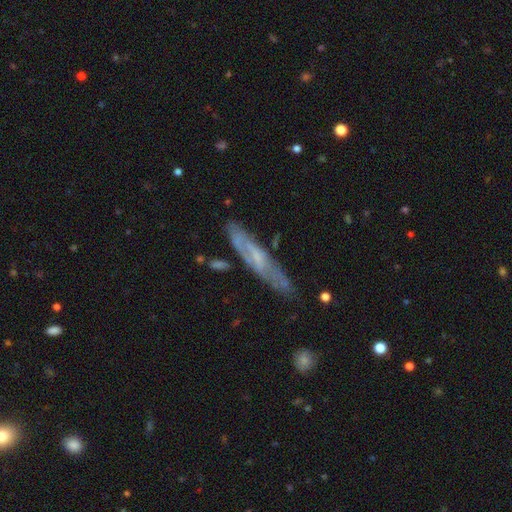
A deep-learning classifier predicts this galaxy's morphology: smooth-or-featured: featured or disk: 63% | smooth: 29% | star or artifact: 7%
  disk-edge-on: yes: 58% | no: 42%
  merging: none: 71% | minor disturbance: 20% | major disturbance: 6% | merger: 3%